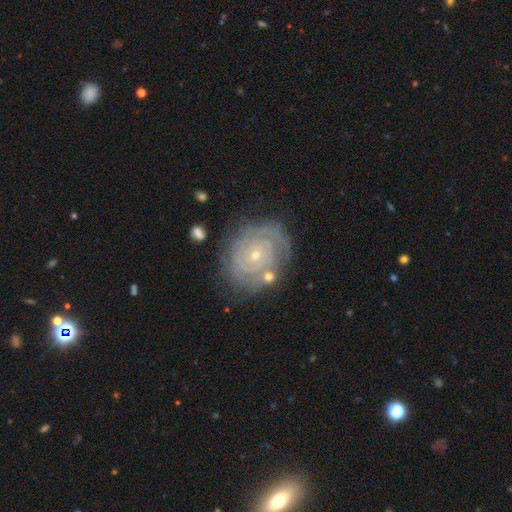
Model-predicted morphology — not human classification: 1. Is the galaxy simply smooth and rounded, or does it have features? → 85% featured or disk, 8% smooth, 6% star or artifact.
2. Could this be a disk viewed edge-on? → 98% no, 2% yes.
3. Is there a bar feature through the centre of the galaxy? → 77% no, 18% weak, 5% strong.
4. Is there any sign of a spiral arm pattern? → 96% yes, 4% no.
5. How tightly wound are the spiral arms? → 84% tight, 14% medium, 3% loose.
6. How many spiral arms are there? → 29% 2, 28% can't tell, 20% 3, 12% 4, 6% more than 4, 6% 1.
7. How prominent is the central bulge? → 80% small, 17% moderate, 1% none, 1% large, 1% dominant.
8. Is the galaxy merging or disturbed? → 77% none, 15% minor disturbance, 5% major disturbance, 3% merger.